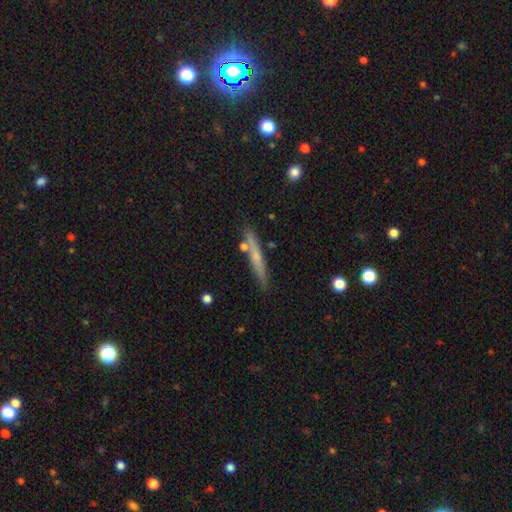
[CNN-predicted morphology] smooth 51%, featured or disk 42%, star or artifact 7%. Down the decision tree: how rounded — cigar-shaped (94%); merging — none (81%).